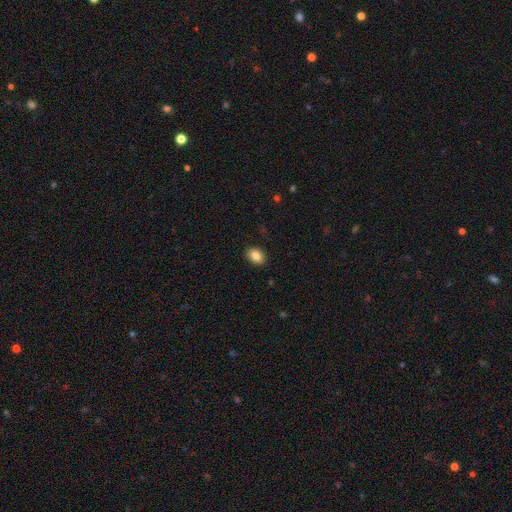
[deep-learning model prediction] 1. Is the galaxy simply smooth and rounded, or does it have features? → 86% smooth, 8% star or artifact, 6% featured or disk.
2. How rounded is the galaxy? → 73% in between, 26% round, 1% cigar-shaped.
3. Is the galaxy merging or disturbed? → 89% none, 8% minor disturbance, 2% major disturbance, 1% merger.